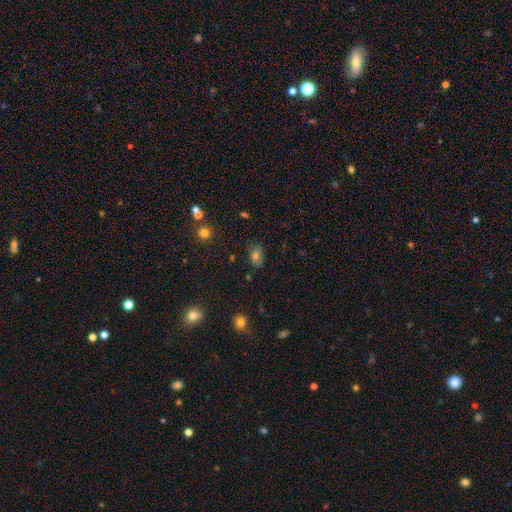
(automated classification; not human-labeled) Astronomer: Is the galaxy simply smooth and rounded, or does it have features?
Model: smooth — 68%.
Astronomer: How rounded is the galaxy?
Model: in between — 78%.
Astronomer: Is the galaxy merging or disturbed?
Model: none — 72%.